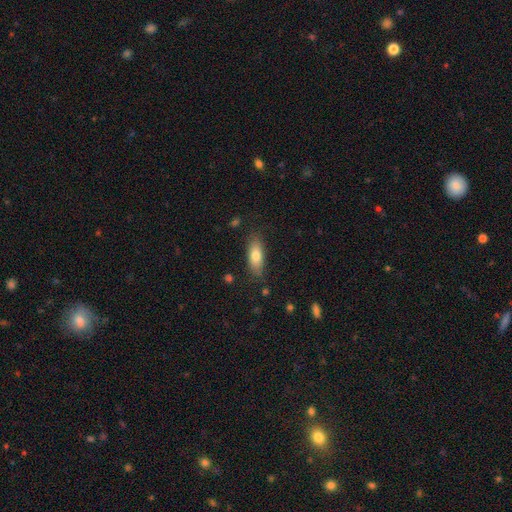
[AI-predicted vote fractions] This is likely a smooth galaxy (76%). How rounded: likely in between (69%). Merging: clearly none (81%).